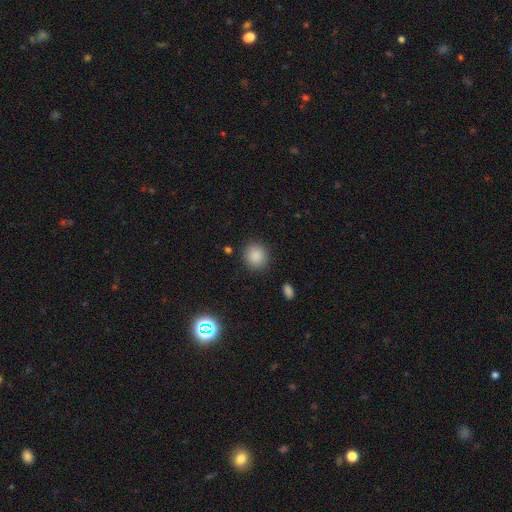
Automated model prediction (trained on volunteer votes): Morphology: type=smooth (88%); roundness=round (84%); merging=none (88%).